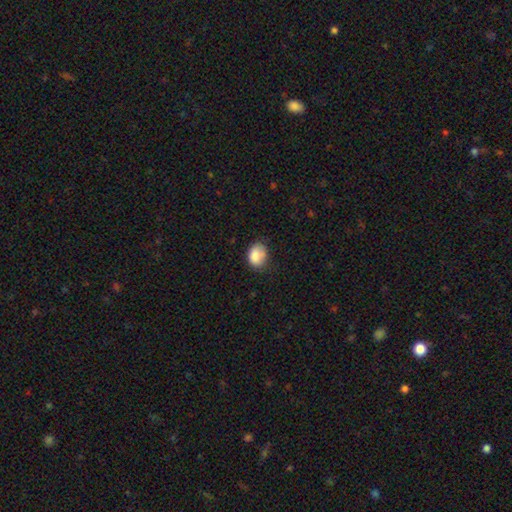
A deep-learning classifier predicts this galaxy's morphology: This is clearly a smooth galaxy (85%). How rounded: likely in between (65%). Merging: likely none (62%).